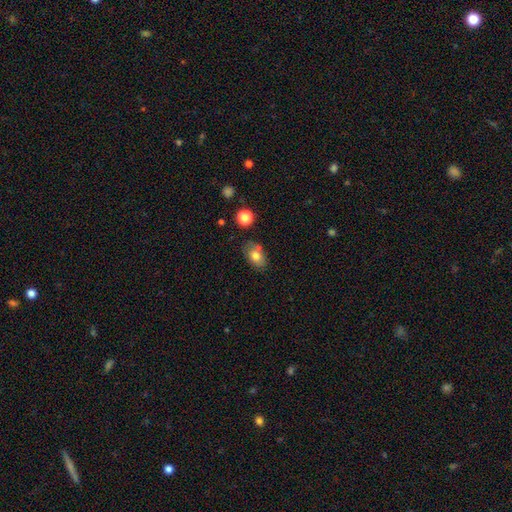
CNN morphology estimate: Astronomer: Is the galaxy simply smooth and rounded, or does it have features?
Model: smooth — 78%.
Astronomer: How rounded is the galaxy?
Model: in between — 84%.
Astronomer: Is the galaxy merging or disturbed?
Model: none — 68%.